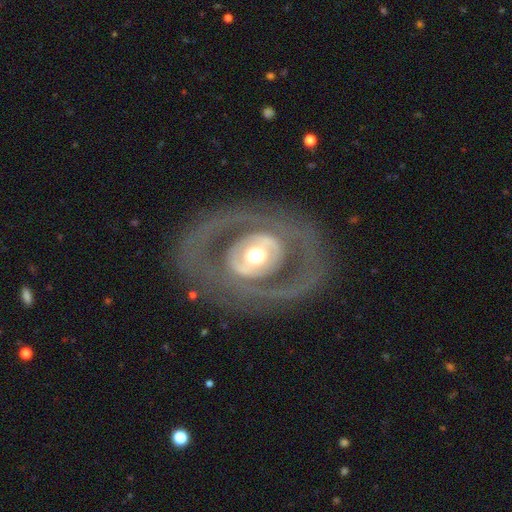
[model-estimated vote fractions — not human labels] This is likely a featured or disk galaxy (77%). It is clearly not viewed edge-on (94%). Bar: likely no (63%). Spiral arm pattern: possibly no (52%). Central bulge: likely moderate (61%). Merging: likely none (74%).